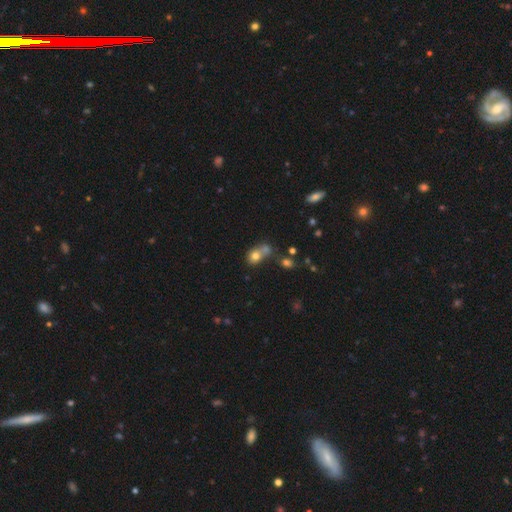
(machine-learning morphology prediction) Q: Smooth or featured?
A: smooth (75%); runner-up: featured or disk (13%)
Q: How rounded?
A: round (51%); runner-up: in between (47%)
Q: Merging?
A: merger (55%); runner-up: none (28%)